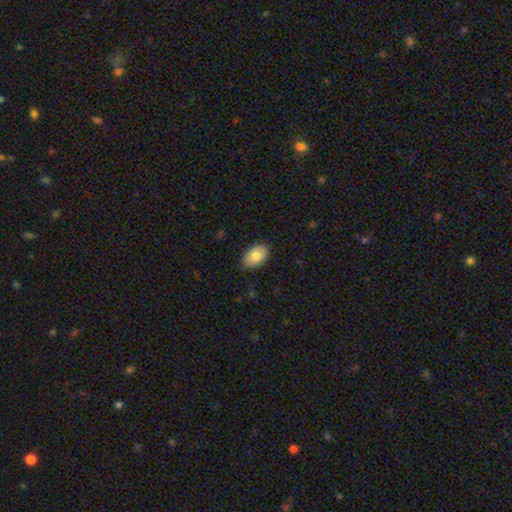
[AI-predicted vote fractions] Smooth or featured? smooth (79%)
How rounded? in between (89%)
Merging? none (86%)